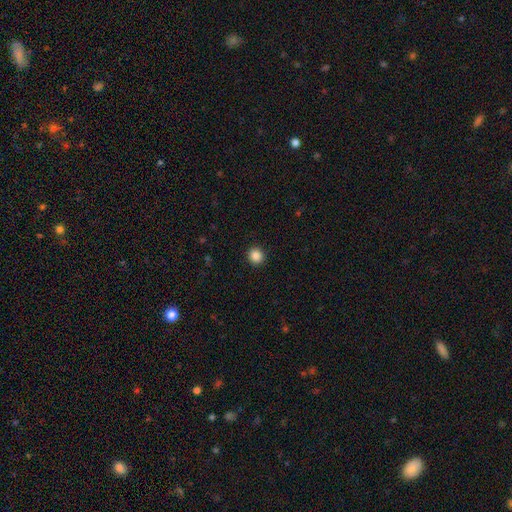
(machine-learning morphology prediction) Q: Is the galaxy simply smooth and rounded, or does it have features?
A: smooth — 87%.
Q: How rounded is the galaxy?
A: round — 91%.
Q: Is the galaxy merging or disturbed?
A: none — 93%.